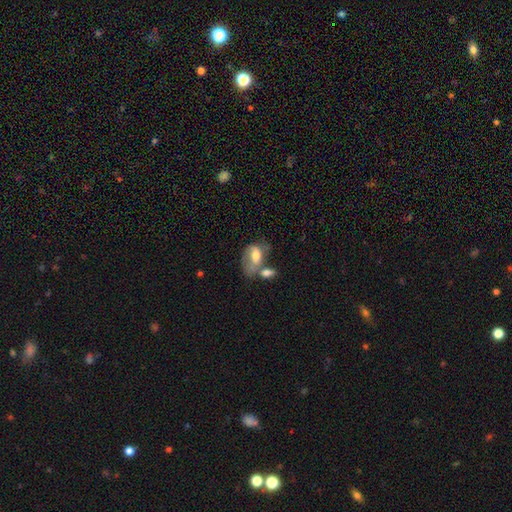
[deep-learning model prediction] Morphology: type=smooth (55%); roundness=in between (87%); merging=merger (40%).